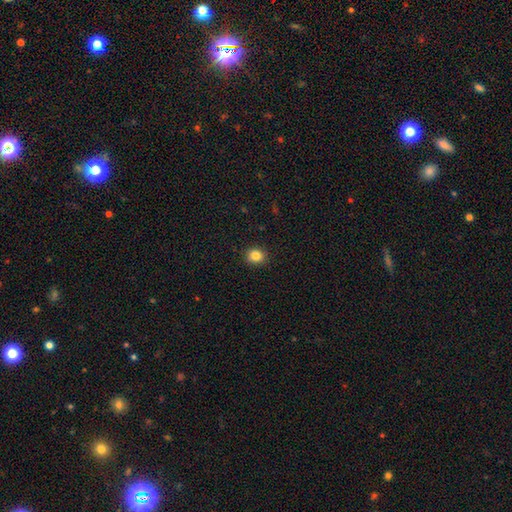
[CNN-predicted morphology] Smooth or featured?
  - smooth: 85% *
  - star or artifact: 10%
  - featured or disk: 5%
How rounded?
  - round: 76% *
  - in between: 23%
  - cigar-shaped: 1%
Merging?
  - none: 91% *
  - minor disturbance: 6%
  - major disturbance: 2%
  - merger: 1%